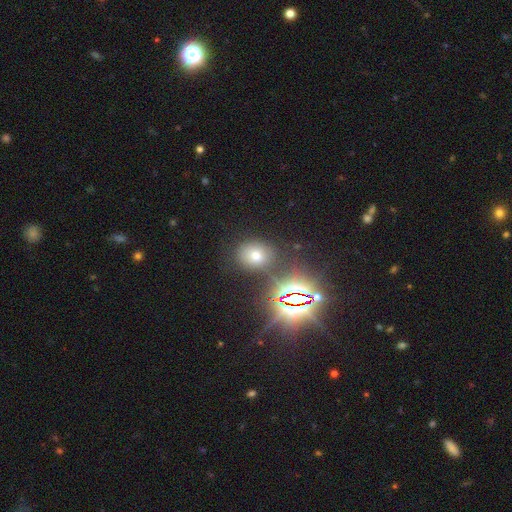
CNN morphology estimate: This appears to be a smooth galaxy with no disk features (57%) that is round (52%). Merging: none (80%).